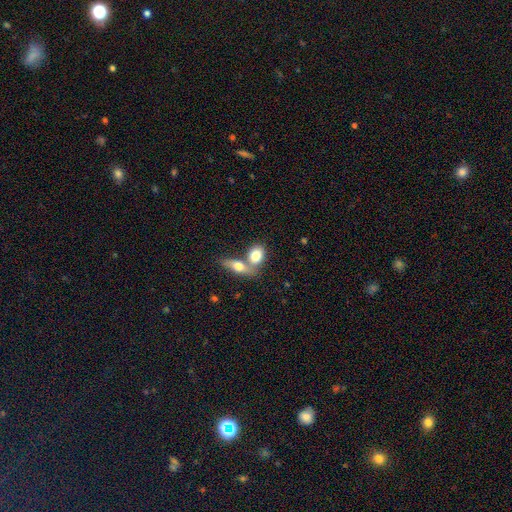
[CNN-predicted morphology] type=smooth (78%); roundness=in between (74%); merging=merger (58%).